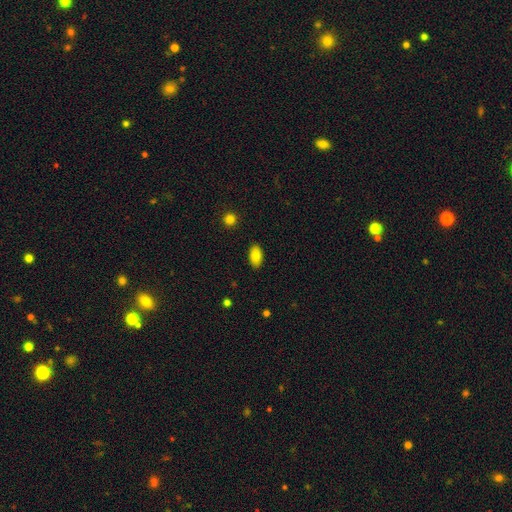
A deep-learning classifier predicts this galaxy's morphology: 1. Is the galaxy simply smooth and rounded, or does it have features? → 84% smooth, 8% star or artifact, 8% featured or disk.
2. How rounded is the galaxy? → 93% in between, 4% round, 3% cigar-shaped.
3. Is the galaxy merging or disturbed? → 89% none, 8% minor disturbance, 2% major disturbance, 1% merger.